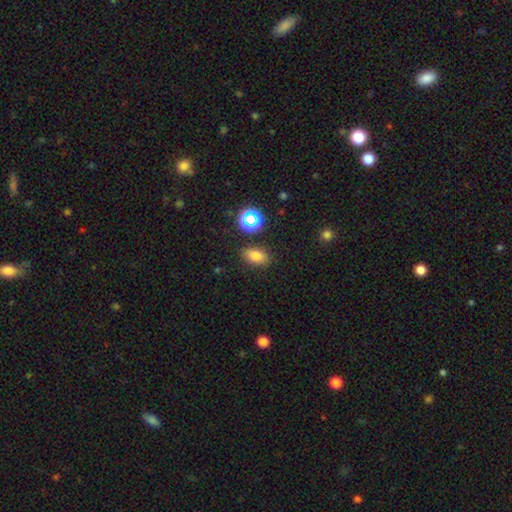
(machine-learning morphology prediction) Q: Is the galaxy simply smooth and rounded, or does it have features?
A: smooth — 76%.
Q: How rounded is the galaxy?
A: in between — 85%.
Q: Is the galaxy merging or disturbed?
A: none — 84%.